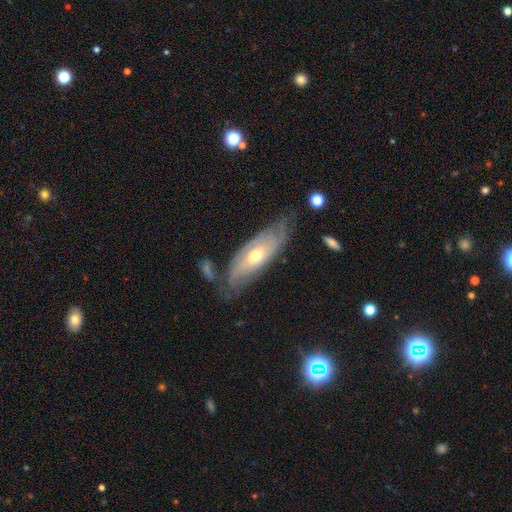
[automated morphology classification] A featured or disk galaxy (64%) with no bar (73%), spiral arms (73%) and a moderate central bulge (65%). Merging: none (63%).